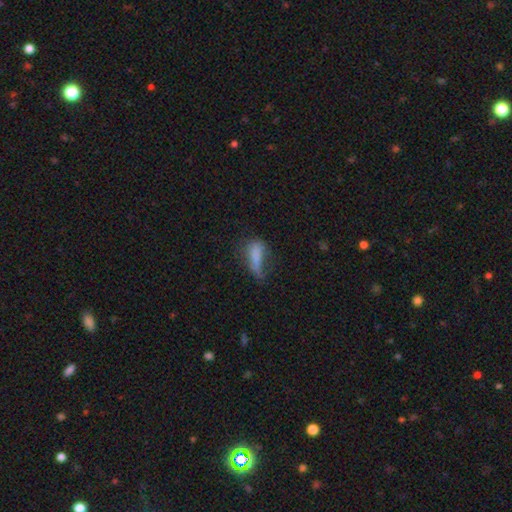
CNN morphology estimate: Q: Smooth or featured?
A: smooth (70%); runner-up: featured or disk (19%)
Q: How rounded?
A: in between (52%); runner-up: cigar-shaped (44%)
Q: Merging?
A: major disturbance (36%); runner-up: none (30%)